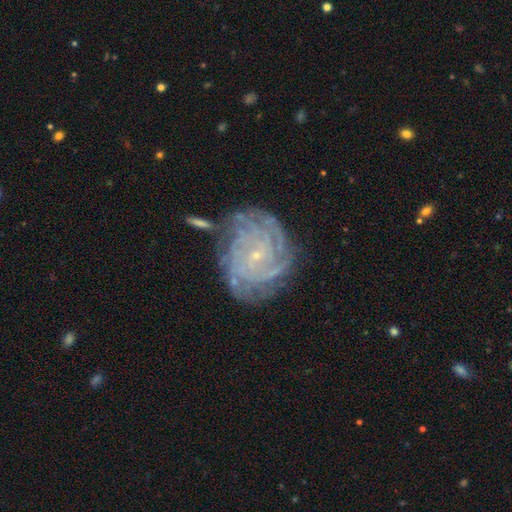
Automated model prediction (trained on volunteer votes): A featured or disk galaxy (86%) with no bar (68%), 4 (30%) tight (82%) spiral arms (97%) and a small central bulge (87%). Merging: none (71%).